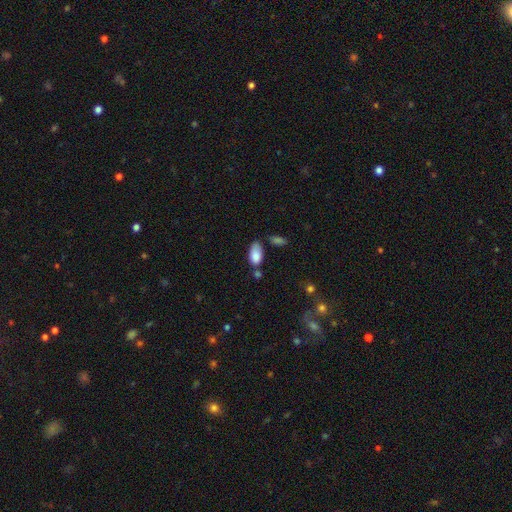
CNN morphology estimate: smooth 85%, featured or disk 8%, star or artifact 7%. Down the decision tree: how rounded — in between (94%); merging — none (46%).